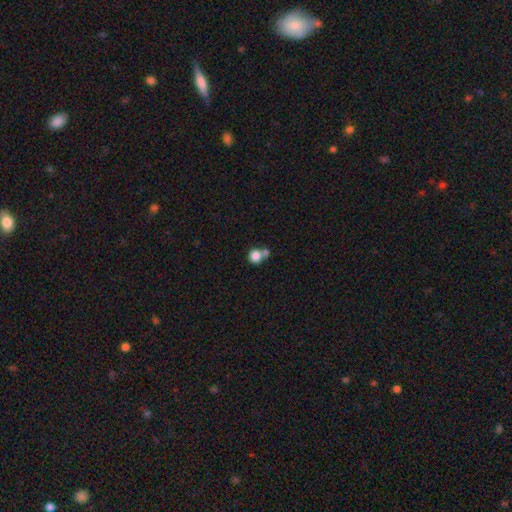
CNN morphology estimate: Overall: smooth (82%). How rounded: round (85%). Merging: merger (44%, tied with none).